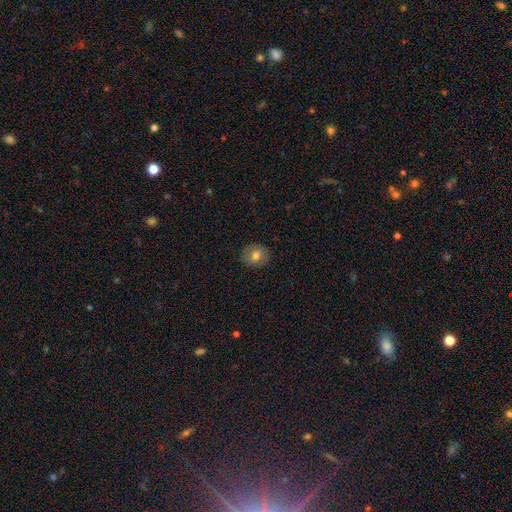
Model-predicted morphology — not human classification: This is likely a smooth galaxy (77%). How rounded: likely round (77%). Merging: clearly none (88%).